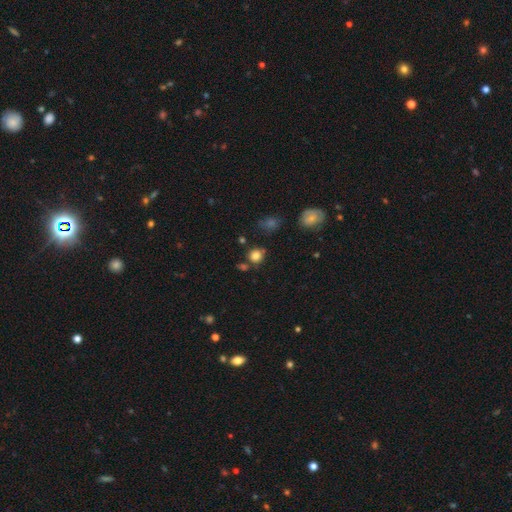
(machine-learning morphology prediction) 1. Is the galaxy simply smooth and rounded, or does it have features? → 82% smooth, 13% star or artifact, 6% featured or disk.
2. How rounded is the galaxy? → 84% round, 15% in between, 1% cigar-shaped.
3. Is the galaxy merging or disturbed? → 74% none, 12% minor disturbance, 10% merger, 4% major disturbance.